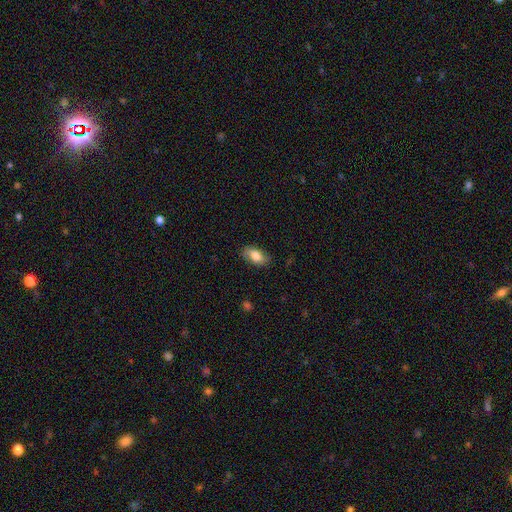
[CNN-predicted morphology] A smooth galaxy with no disk features (77%) that is in between round and cigar-shaped (92%). Merging: none (82%).